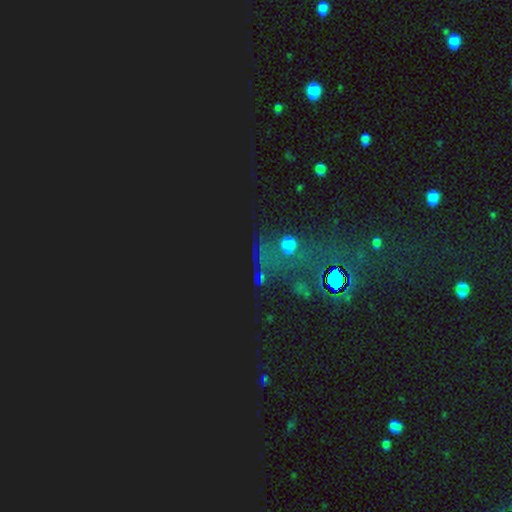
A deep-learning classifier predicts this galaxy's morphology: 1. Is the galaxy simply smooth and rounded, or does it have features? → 71% star or artifact, 19% smooth, 10% featured or disk.